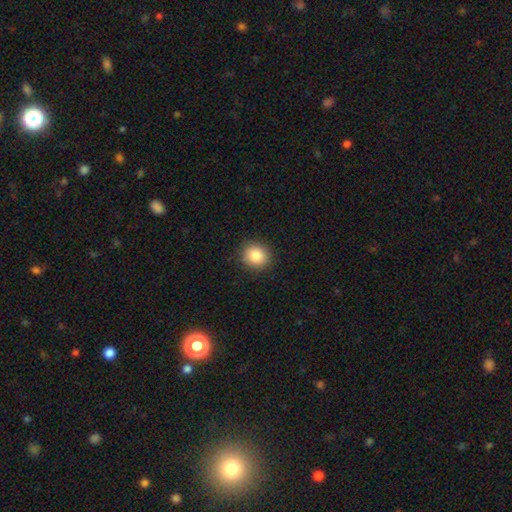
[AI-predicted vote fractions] Q: Smooth or featured?
A: smooth (85%); runner-up: star or artifact (9%)
Q: How rounded?
A: round (82%); runner-up: in between (17%)
Q: Merging?
A: none (90%); runner-up: minor disturbance (7%)